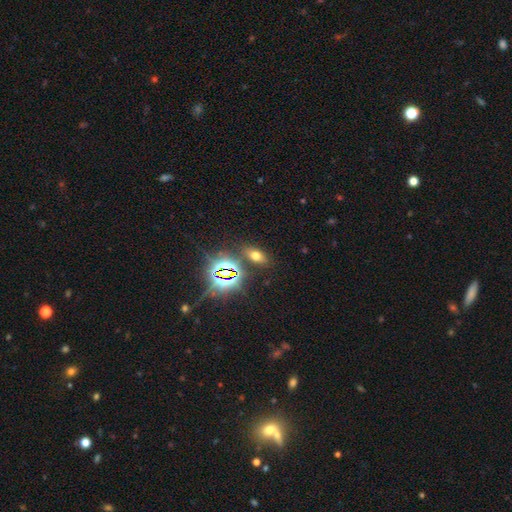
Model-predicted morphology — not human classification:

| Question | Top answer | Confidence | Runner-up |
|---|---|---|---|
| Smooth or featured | smooth | 50% | star or artifact (38%) |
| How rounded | in between | 81% | round (12%) |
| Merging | none | 81% | minor disturbance (9%) |